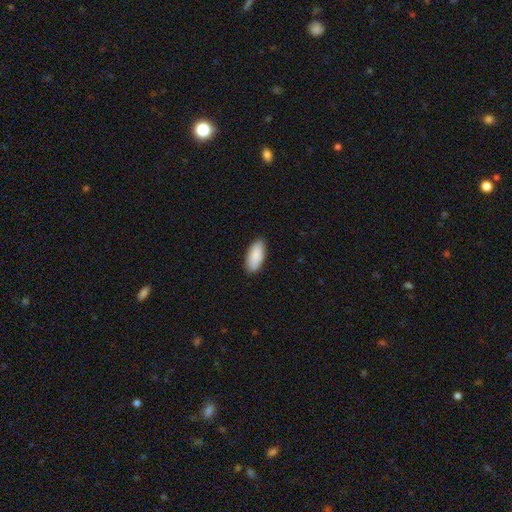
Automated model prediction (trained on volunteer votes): Smooth or featured? Predicted: smooth (p=0.90). How rounded? Predicted: in between (p=0.88). Merging? Predicted: none (p=0.89).